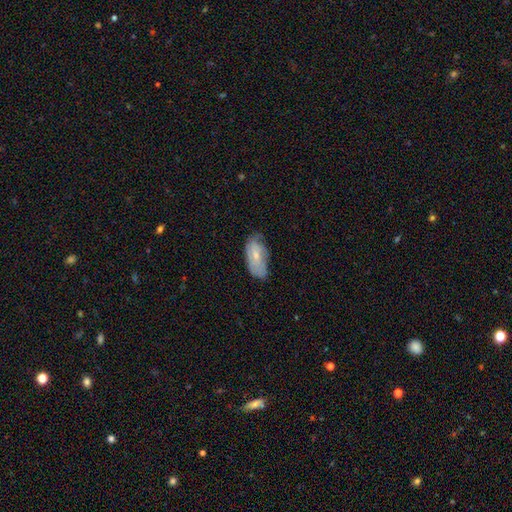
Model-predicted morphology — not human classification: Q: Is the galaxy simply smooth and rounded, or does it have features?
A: smooth — 56%.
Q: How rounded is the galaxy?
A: in between — 90%.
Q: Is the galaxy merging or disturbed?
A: none — 52%.